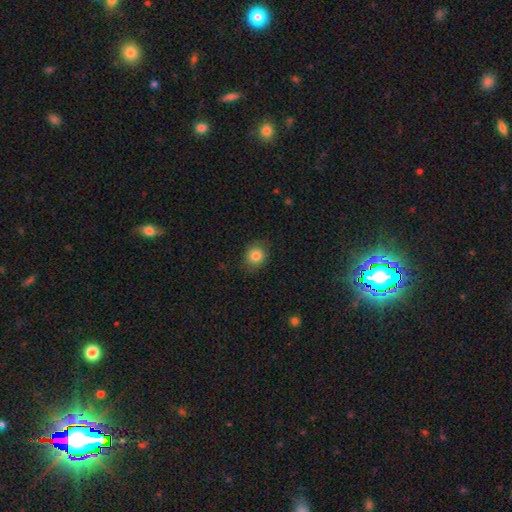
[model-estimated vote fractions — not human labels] This is clearly a smooth galaxy (82%). How rounded: likely round (72%). Merging: likely none (80%).